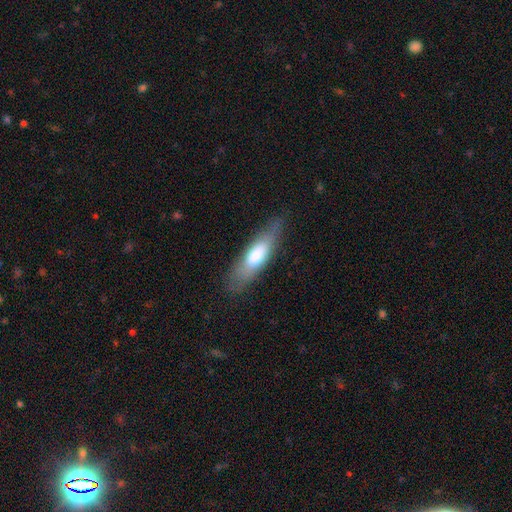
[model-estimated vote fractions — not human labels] Smooth or featured? Predicted: smooth (p=0.66). How rounded? Predicted: cigar-shaped (p=0.54). Merging? Predicted: none (p=0.77).